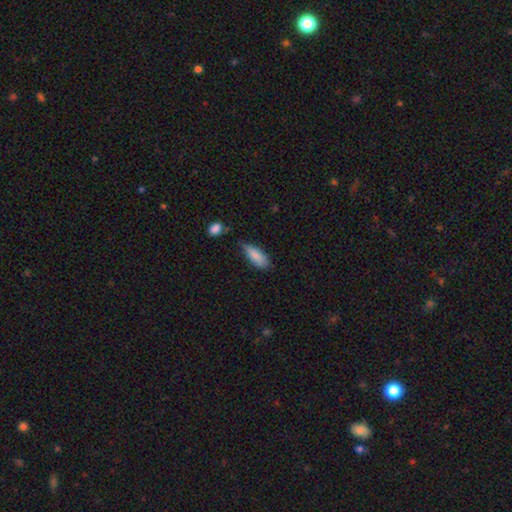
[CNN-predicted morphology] smooth 85%, featured or disk 8%, star or artifact 7%. Down the decision tree: how rounded — in between (72%); merging — none (52%).